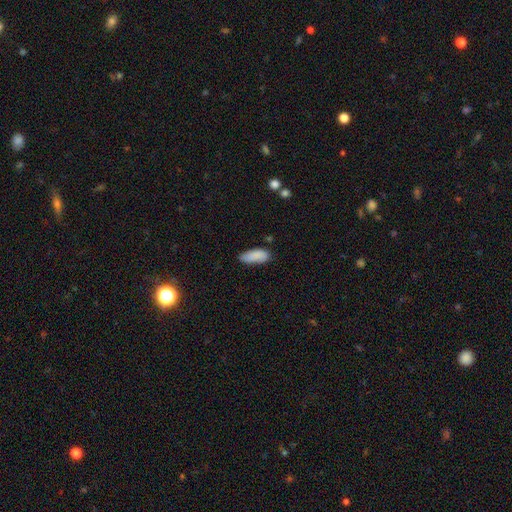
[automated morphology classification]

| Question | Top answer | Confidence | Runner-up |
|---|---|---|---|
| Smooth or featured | smooth | 86% | featured or disk (7%) |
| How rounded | in between | 80% | cigar-shaped (18%) |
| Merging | none | 70% | minor disturbance (24%) |